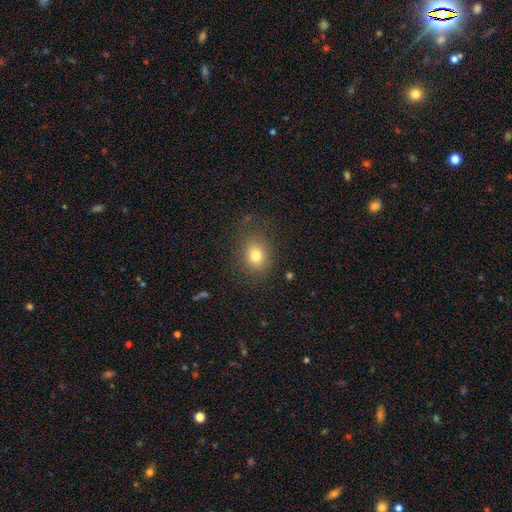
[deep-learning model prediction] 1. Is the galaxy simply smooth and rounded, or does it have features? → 79% smooth, 12% star or artifact, 9% featured or disk.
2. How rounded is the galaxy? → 56% round, 43% in between, 1% cigar-shaped.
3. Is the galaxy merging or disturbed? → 79% none, 13% minor disturbance, 6% major disturbance, 1% merger.